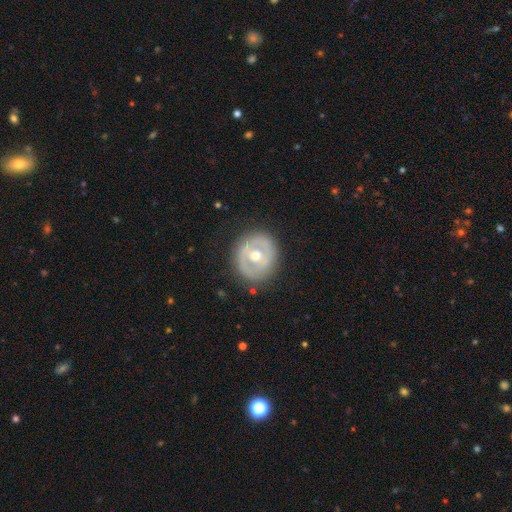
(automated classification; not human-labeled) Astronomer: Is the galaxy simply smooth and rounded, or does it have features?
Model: featured or disk — 60%.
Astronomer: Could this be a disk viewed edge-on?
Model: no — 95%.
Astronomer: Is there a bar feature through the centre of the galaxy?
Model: no — 61%.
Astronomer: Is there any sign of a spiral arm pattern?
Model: no — 81%.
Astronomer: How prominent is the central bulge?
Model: moderate — 77%.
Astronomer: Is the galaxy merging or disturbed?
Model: none — 82%.